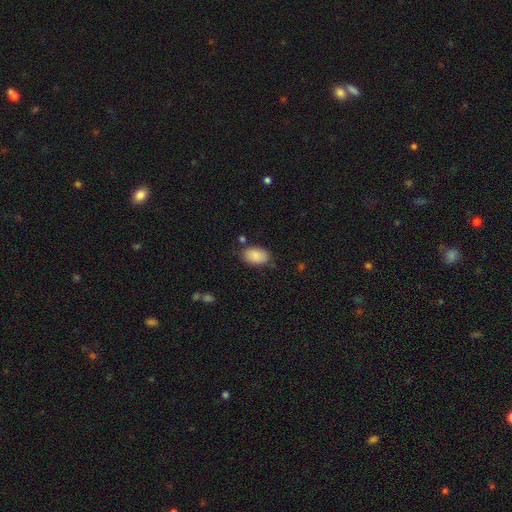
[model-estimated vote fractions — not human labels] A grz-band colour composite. It shows a smooth galaxy with no disk features (89%) that is in between round and cigar-shaped (92%). Merging: none (78%).